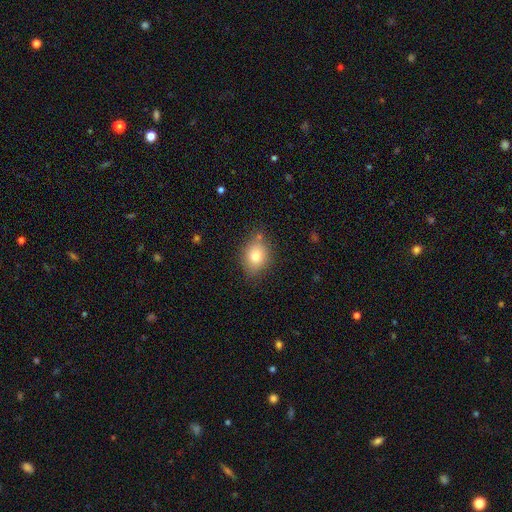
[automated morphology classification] Smooth or featured? Predicted: smooth (p=0.80). How rounded? Predicted: in between (p=0.62). Merging? Predicted: none (p=0.76).